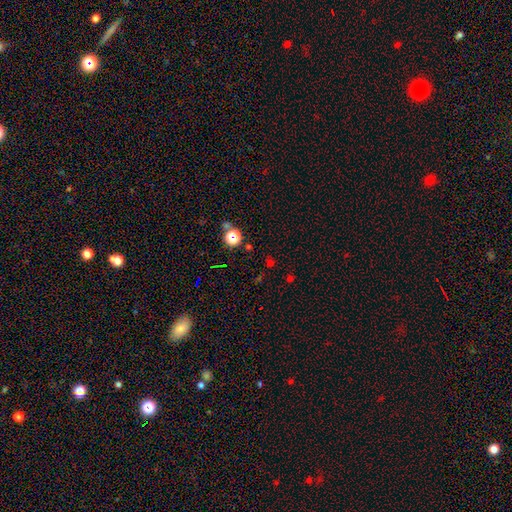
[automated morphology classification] Smooth or featured? star or artifact (56%)